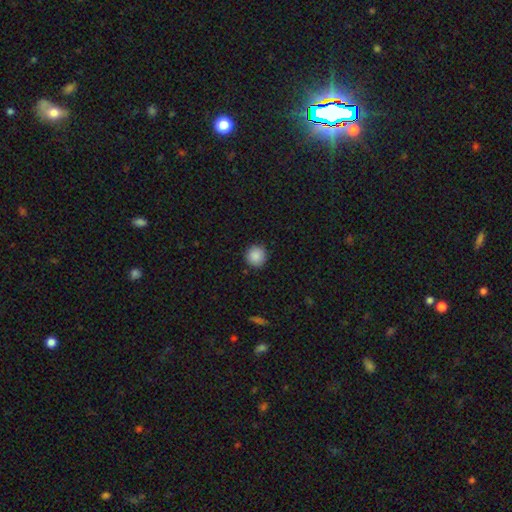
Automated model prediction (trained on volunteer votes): A smooth galaxy with no disk features (88%) that is round (95%). Merging: none (90%).